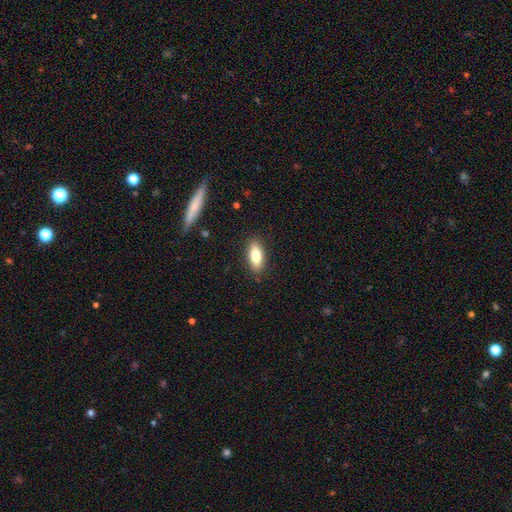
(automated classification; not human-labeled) A smooth galaxy with no disk features (75%) that is in between round and cigar-shaped (77%).

Vote fractions:
- Smooth or featured? smooth: 75% / featured or disk: 18% / star or artifact: 7%
- How rounded? in between: 77% / cigar-shaped: 20% / round: 3%
- Merging? none: 88% / minor disturbance: 9% / major disturbance: 2% / merger: 1%